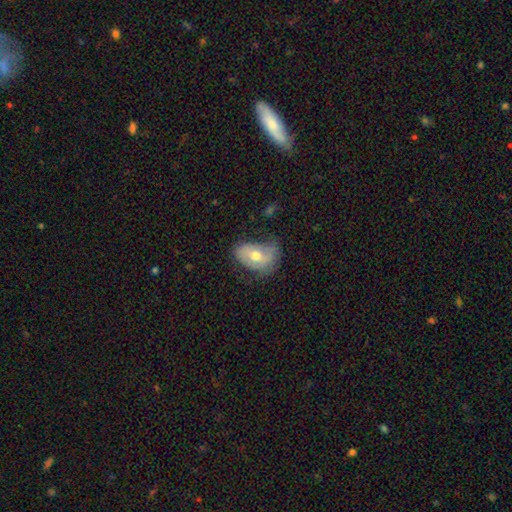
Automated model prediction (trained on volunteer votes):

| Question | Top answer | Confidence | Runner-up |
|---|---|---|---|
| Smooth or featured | smooth | 56% | featured or disk (36%) |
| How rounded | in between | 82% | round (16%) |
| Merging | none | 41% | minor disturbance (37%) |